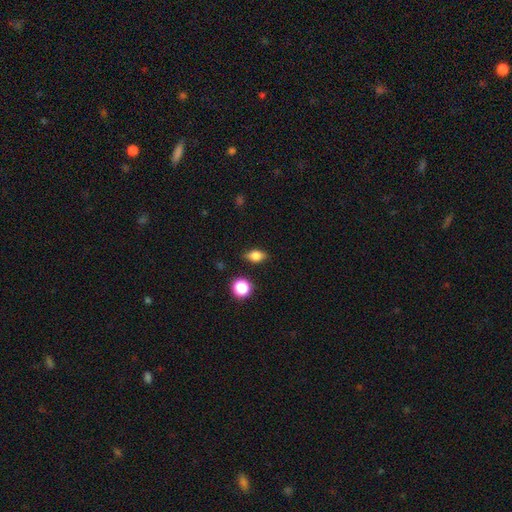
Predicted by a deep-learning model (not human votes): A smooth galaxy with no disk features (75%) that is in between round and cigar-shaped (72%).

Vote fractions:
- Smooth or featured? smooth: 75% / featured or disk: 15% / star or artifact: 11%
- How rounded? in between: 72% / round: 21% / cigar-shaped: 7%
- Merging? none: 82% / minor disturbance: 13% / major disturbance: 3% / merger: 2%